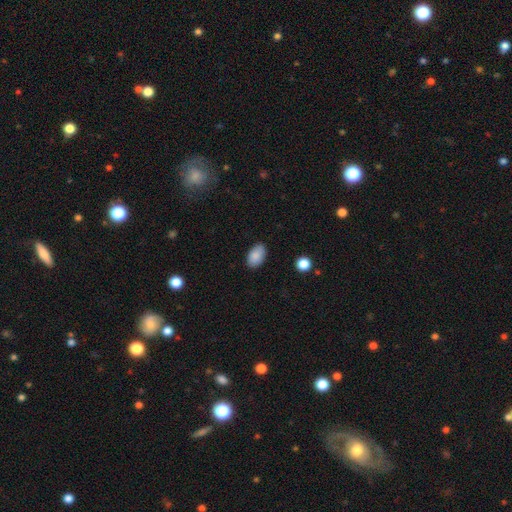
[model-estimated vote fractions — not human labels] Smooth or featured: smooth — 88% (star or artifact — 7%)
How rounded: in between — 92% (round — 6%)
Merging: none — 86% (minor disturbance — 10%)